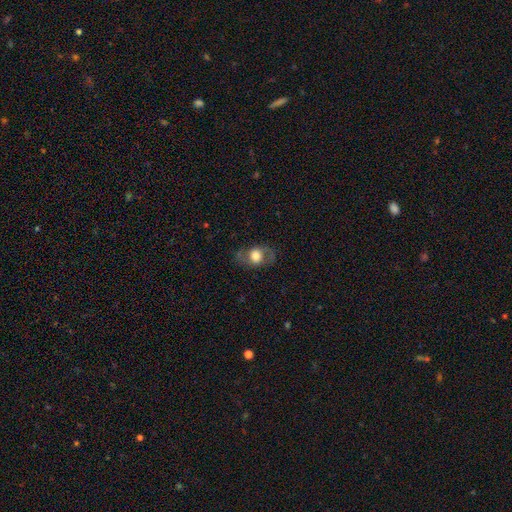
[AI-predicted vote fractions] Smooth or featured? Predicted: smooth (p=0.48). Merging? Predicted: none (p=0.75).